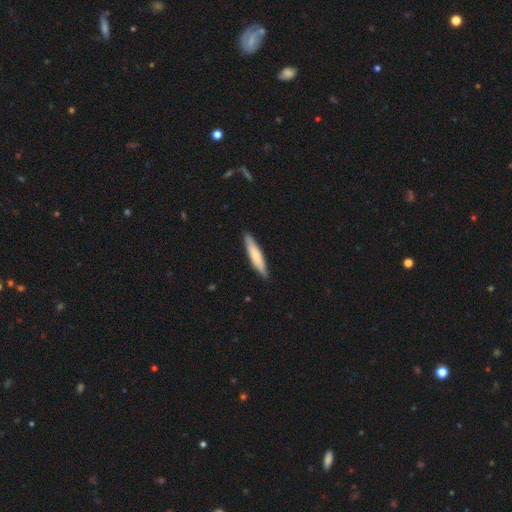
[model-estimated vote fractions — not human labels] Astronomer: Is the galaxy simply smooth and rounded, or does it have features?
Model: smooth — 71%.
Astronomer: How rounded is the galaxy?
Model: cigar-shaped — 88%.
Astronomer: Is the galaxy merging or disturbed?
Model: none — 88%.